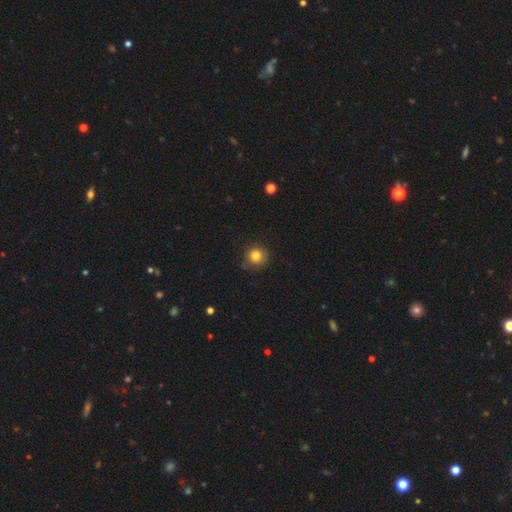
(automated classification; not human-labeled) The model was most divided on "merging": none: 82%, minor disturbance: 14%, major disturbance: 3%, merger: 1%. More confident: how rounded — round (92%); smooth or featured — smooth (83%).